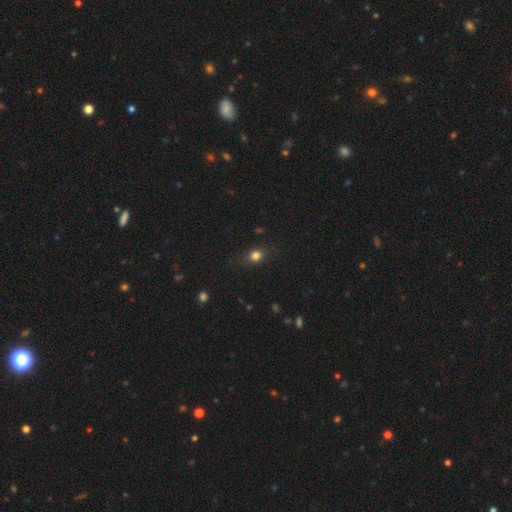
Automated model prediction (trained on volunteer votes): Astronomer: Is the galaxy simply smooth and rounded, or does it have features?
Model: smooth — 78%.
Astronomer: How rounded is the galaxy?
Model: round — 60% (runner-up: in between, 37%).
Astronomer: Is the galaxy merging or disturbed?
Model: none — 82%.